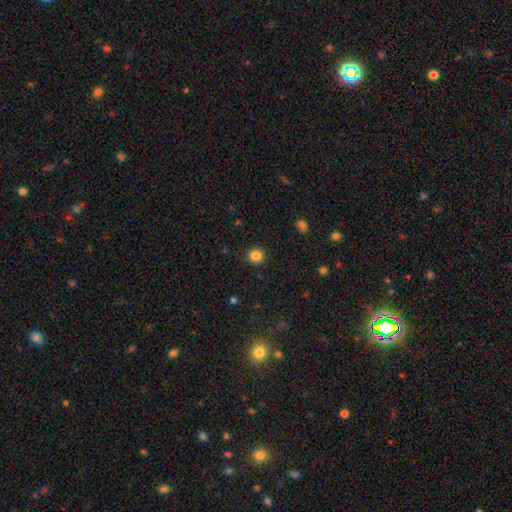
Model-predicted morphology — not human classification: smooth-or-featured: smooth: 84% | star or artifact: 11% | featured or disk: 4%
  how-rounded: round: 90% | in between: 9% | cigar-shaped: 1%
  merging: none: 91% | minor disturbance: 6% | major disturbance: 2% | merger: 1%